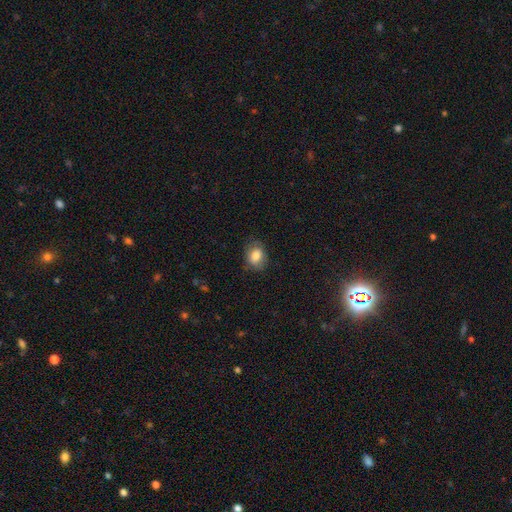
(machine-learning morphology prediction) Overall: smooth (82%). How rounded: in between (62%; round 37%). Merging: none (75%).